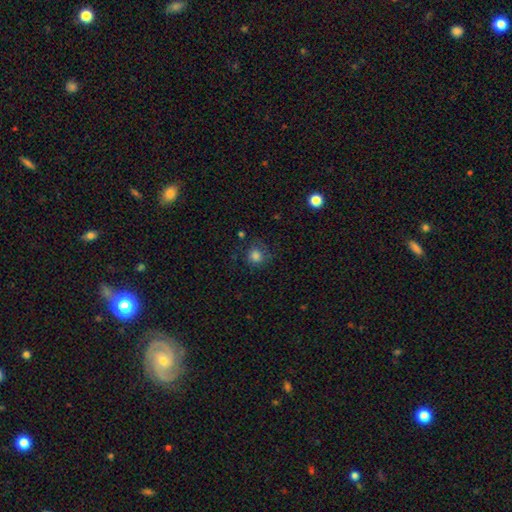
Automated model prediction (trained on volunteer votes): A smooth galaxy with no disk features (81%) that is round (89%).

Vote fractions:
- Smooth or featured? smooth: 81% / star or artifact: 12% / featured or disk: 7%
- How rounded? round: 89% / in between: 10% / cigar-shaped: 1%
- Merging? none: 71% / minor disturbance: 18% / major disturbance: 9% / merger: 2%